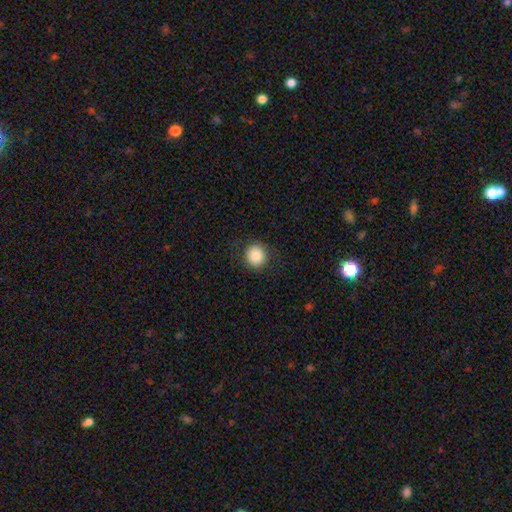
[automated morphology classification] Smooth or featured: smooth — 83% (star or artifact — 9%)
How rounded: round — 92% (in between — 7%)
Merging: none — 87% (minor disturbance — 8%)